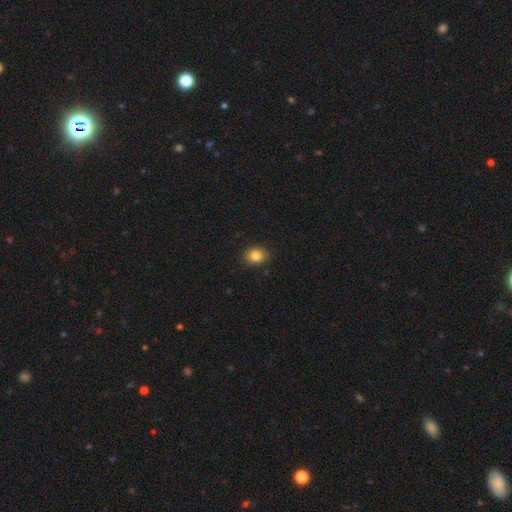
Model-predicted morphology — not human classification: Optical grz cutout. It shows a smooth galaxy with no disk features (84%) that is in between round and cigar-shaped (55%). Merging: none (87%).